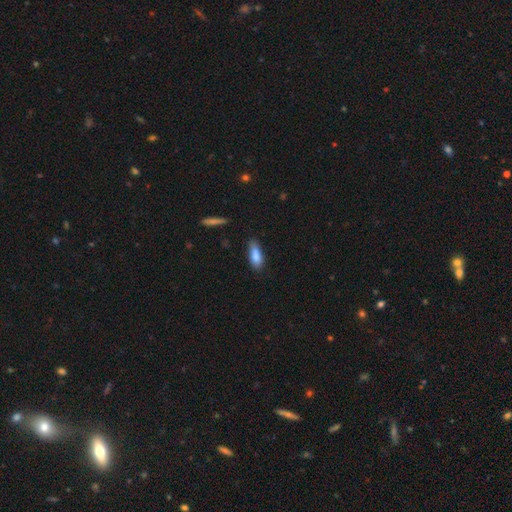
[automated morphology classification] Q: Smooth or featured?
A: smooth (83%); runner-up: featured or disk (10%)
Q: How rounded?
A: in between (67%); runner-up: cigar-shaped (30%)
Q: Merging?
A: none (65%); runner-up: minor disturbance (26%)